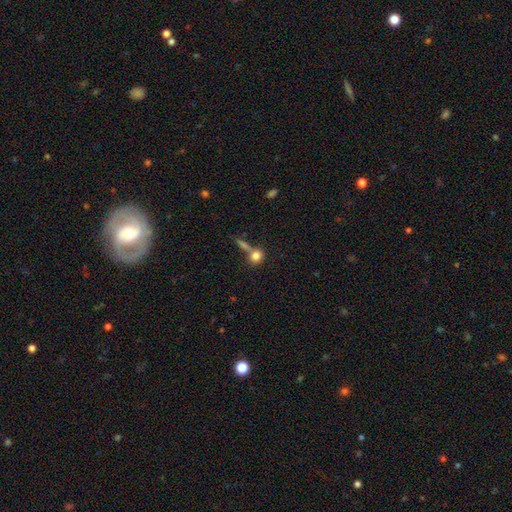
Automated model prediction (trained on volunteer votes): smooth_or_featured: smooth (p=0.80) [alt: star or artifact p=0.10]
how_rounded: round (p=0.75) [alt: in between p=0.21]
merging: none (p=0.51) [alt: merger p=0.32]